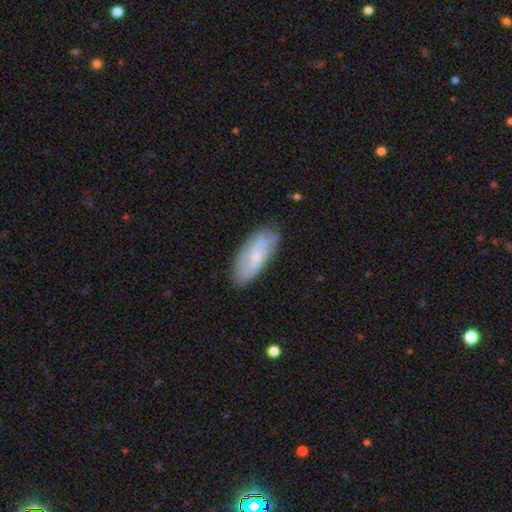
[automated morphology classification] This is possibly a smooth galaxy (56%). How rounded: likely in between (79%). Merging: likely none (70%).